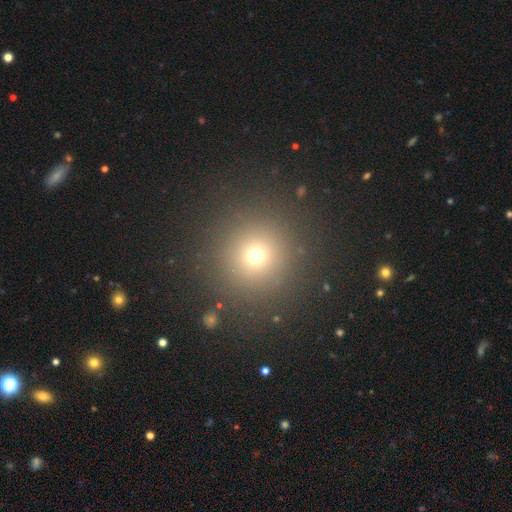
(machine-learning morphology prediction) Smooth or featured?
  - smooth: 69% *
  - star or artifact: 22%
  - featured or disk: 9%
How rounded?
  - round: 94% *
  - in between: 5%
  - cigar-shaped: 1%
Merging?
  - none: 88% *
  - minor disturbance: 6%
  - major disturbance: 4%
  - merger: 2%